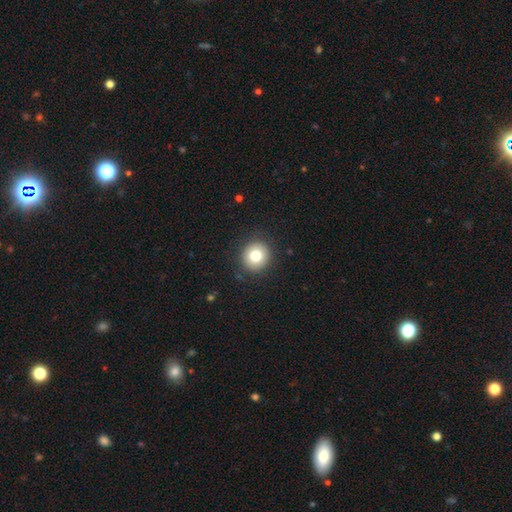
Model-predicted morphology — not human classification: type=smooth (77%); roundness=round (92%); merging=none (90%).